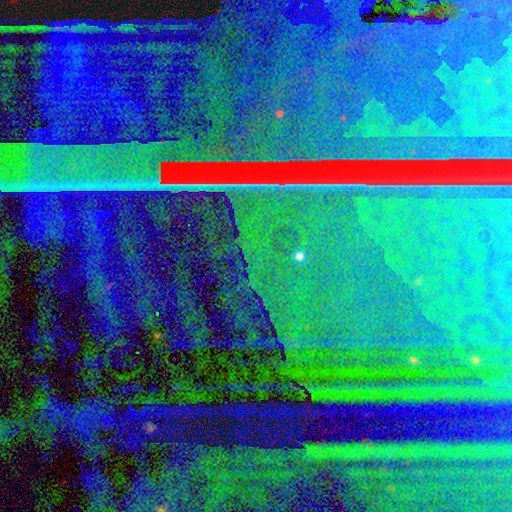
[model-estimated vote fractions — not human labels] This is clearly a star or artifact rather than a galaxy (89%).